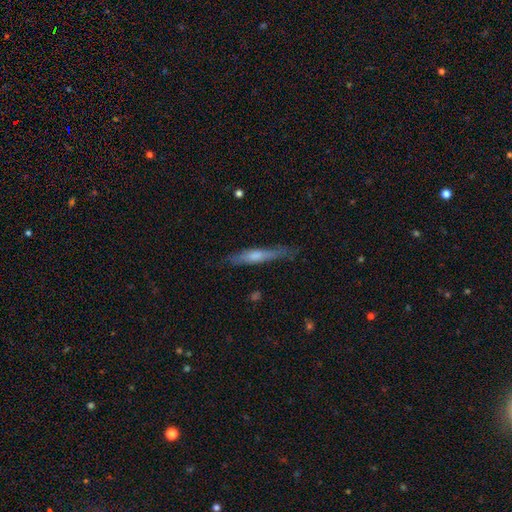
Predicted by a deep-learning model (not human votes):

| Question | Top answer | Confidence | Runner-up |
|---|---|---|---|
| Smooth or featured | smooth | 47% | featured or disk (46%) |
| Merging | none | 76% | minor disturbance (18%) |